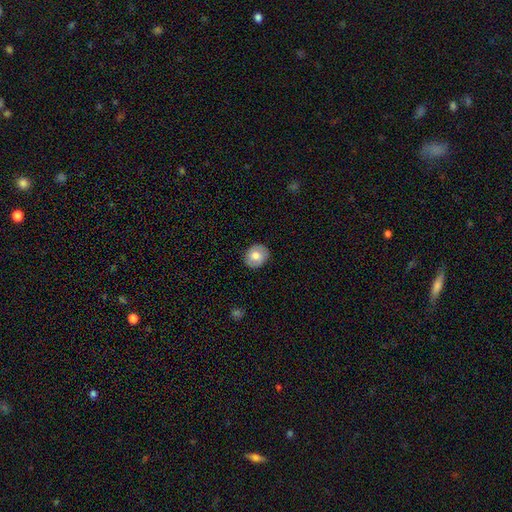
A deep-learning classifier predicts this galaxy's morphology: A smooth galaxy with no disk features (71%) that is round (66%).

Vote fractions:
- Smooth or featured? smooth: 71% / featured or disk: 22% / star or artifact: 7%
- How rounded? round: 66% / in between: 33% / cigar-shaped: 1%
- Merging? none: 86% / minor disturbance: 11% / major disturbance: 2% / merger: 1%